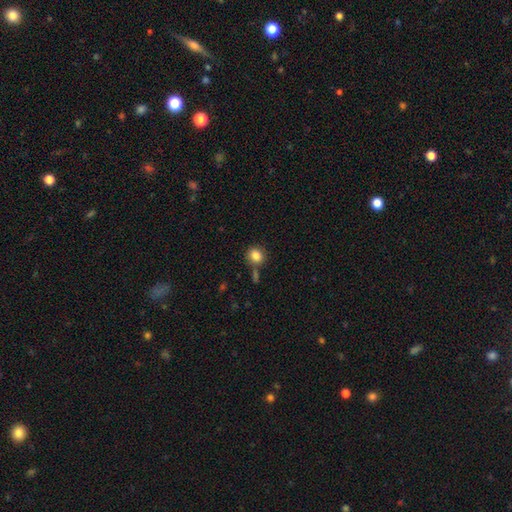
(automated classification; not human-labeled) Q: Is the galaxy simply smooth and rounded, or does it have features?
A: smooth — 85%.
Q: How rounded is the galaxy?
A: round — 71%.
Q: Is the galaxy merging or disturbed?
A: none — 73%.